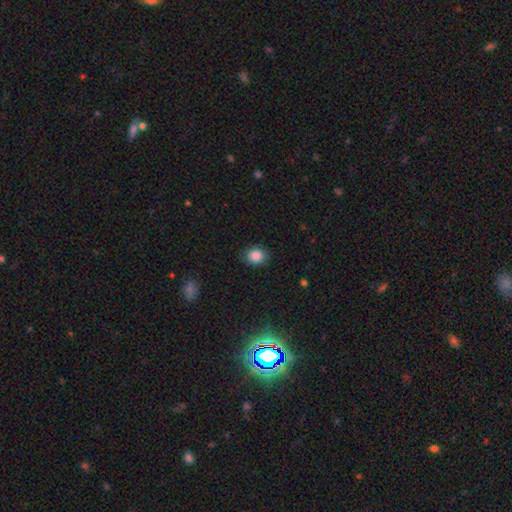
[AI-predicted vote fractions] Q: Smooth or featured?
A: smooth (87%); runner-up: star or artifact (10%)
Q: How rounded?
A: round (73%); runner-up: in between (26%)
Q: Merging?
A: none (87%); runner-up: minor disturbance (10%)